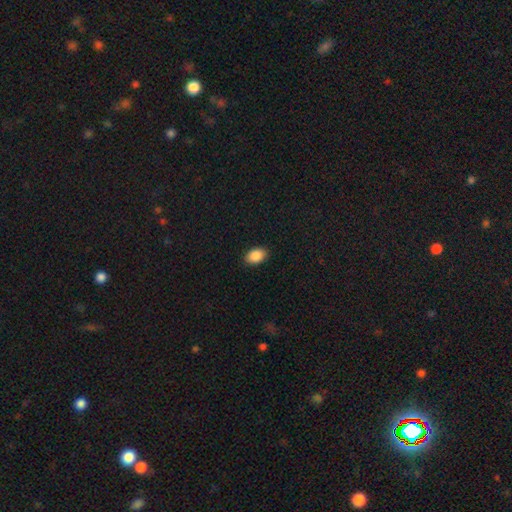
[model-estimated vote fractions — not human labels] Smooth or featured? Predicted: smooth (p=0.89). How rounded? Predicted: in between (p=0.83). Merging? Predicted: none (p=0.89).